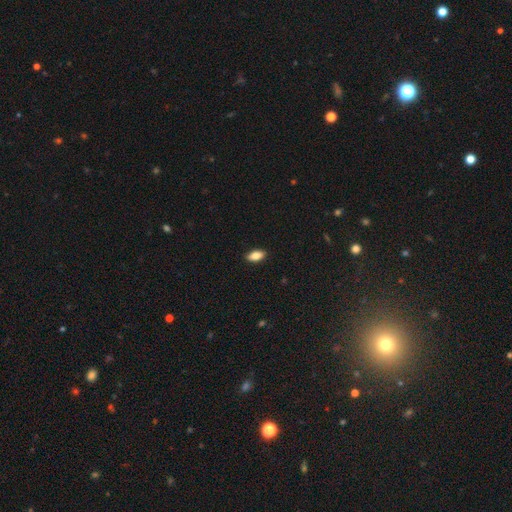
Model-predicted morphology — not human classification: smooth_or_featured: smooth (p=0.83) [alt: featured or disk p=0.10]
how_rounded: in between (p=0.88) [alt: cigar-shaped p=0.09]
merging: none (p=0.89) [alt: minor disturbance p=0.08]